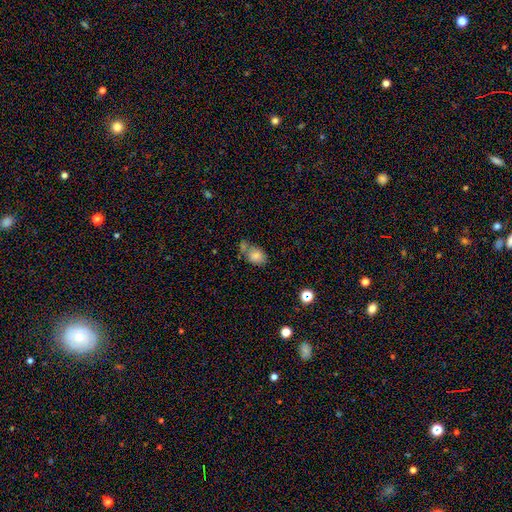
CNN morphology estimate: Smooth or featured? smooth (79%)
How rounded? in between (69%)
Merging? none (38%)